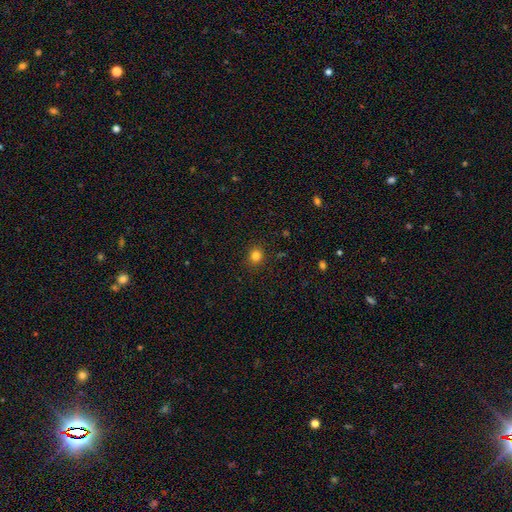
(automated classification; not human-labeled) This is clearly a smooth galaxy (82%). How rounded: clearly round (86%). Merging: clearly none (89%).